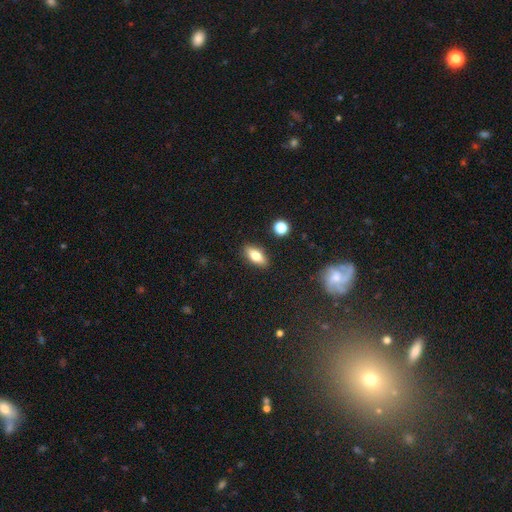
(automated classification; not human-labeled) Smooth or featured? smooth (71%)
How rounded? in between (79%)
Merging? none (88%)